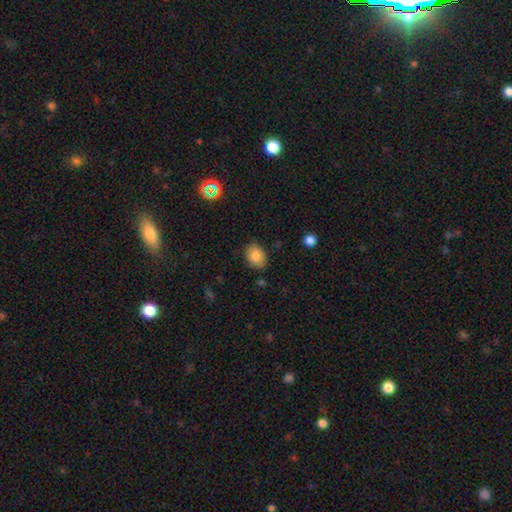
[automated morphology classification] Q: Smooth or featured?
A: smooth (85%); runner-up: star or artifact (9%)
Q: How rounded?
A: in between (68%); runner-up: round (31%)
Q: Merging?
A: none (81%); runner-up: minor disturbance (14%)